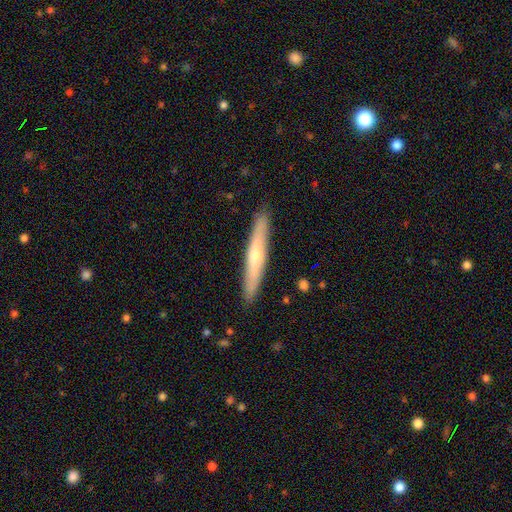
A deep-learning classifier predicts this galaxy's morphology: Q: Smooth or featured?
A: featured or disk (48%); runner-up: smooth (46%)
Q: Merging?
A: none (90%); runner-up: minor disturbance (7%)